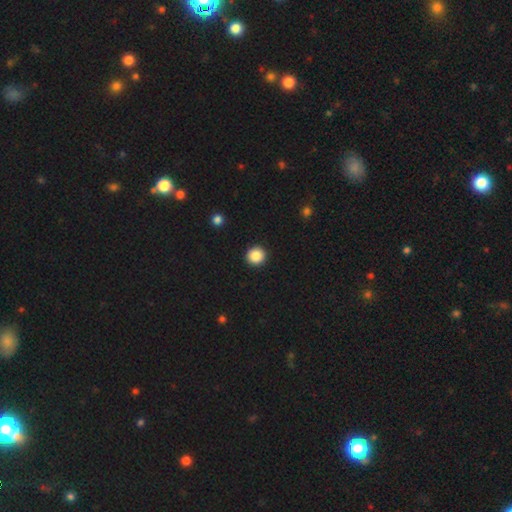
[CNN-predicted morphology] smooth 88%, star or artifact 9%, featured or disk 3%. Down the decision tree: how rounded — round (94%); merging — none (93%).